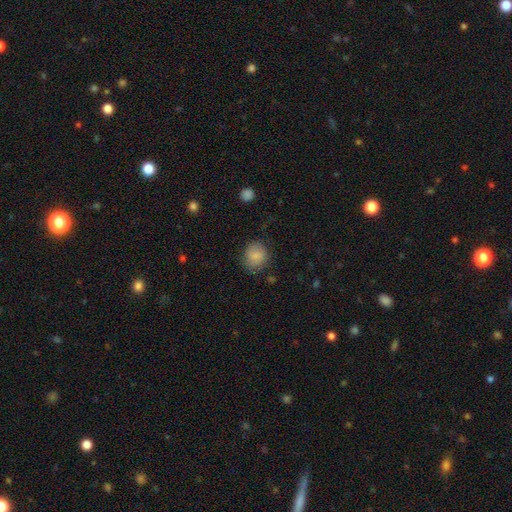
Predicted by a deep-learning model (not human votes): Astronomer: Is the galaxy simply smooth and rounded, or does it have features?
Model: smooth — 84%.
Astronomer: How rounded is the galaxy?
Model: round — 74%.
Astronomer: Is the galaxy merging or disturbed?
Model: none — 77%.